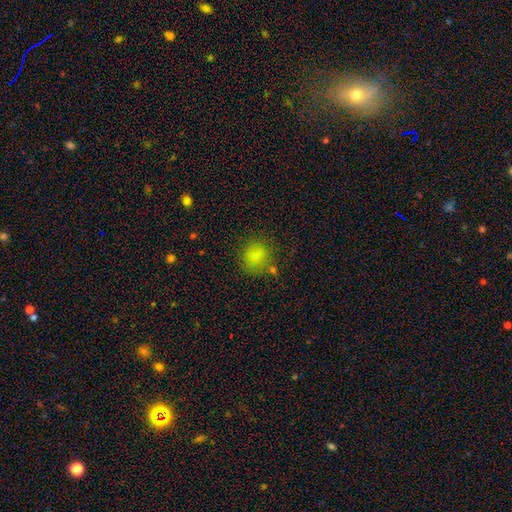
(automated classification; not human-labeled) Smooth or featured? Predicted: smooth (p=0.81). How rounded? Predicted: round (p=0.79). Merging? Predicted: none (p=0.71).